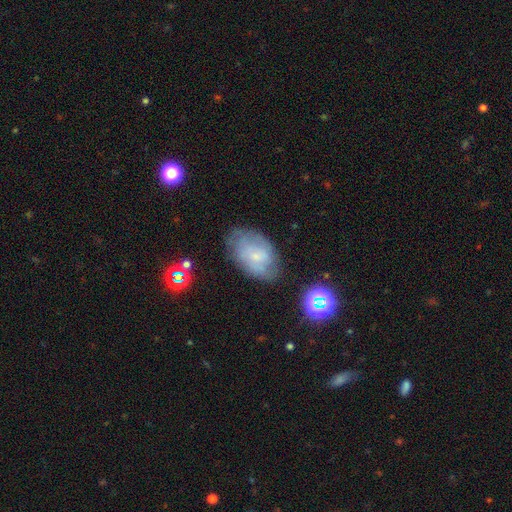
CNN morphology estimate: The model was most divided on "smooth or featured": featured or disk: 48%, smooth: 41%, star or artifact: 11%. More confident: merging — none (65%).